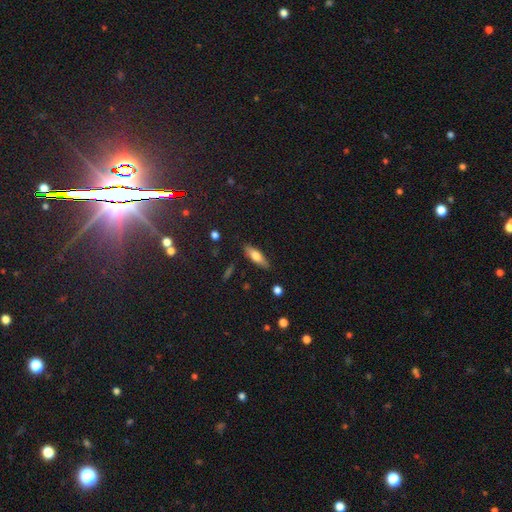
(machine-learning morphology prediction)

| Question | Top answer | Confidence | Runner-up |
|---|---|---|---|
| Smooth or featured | smooth | 65% | featured or disk (28%) |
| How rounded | in between | 51% | cigar-shaped (47%) |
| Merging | none | 83% | minor disturbance (13%) |